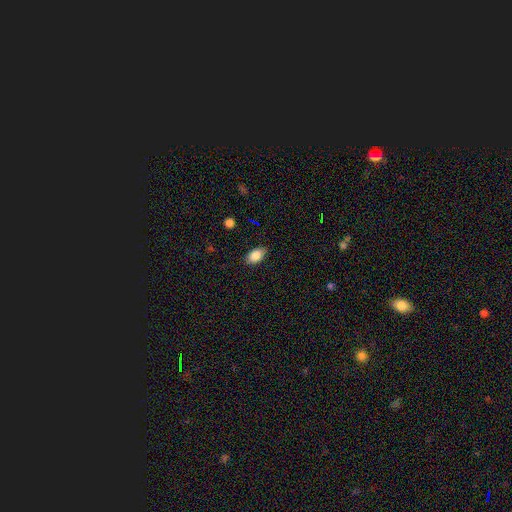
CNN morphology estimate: smooth 85%, star or artifact 8%, featured or disk 7%. Down the decision tree: how rounded — in between (90%); merging — none (85%).